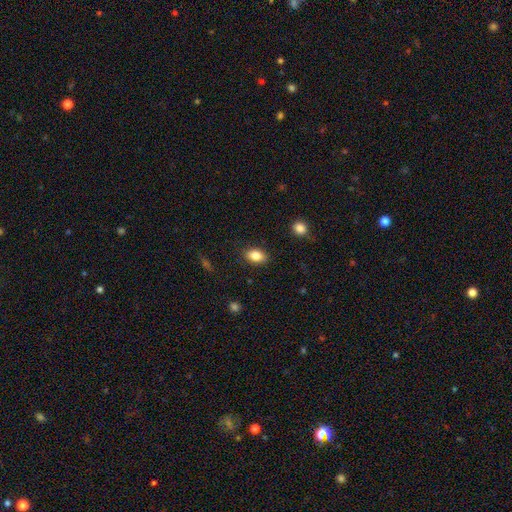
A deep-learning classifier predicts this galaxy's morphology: A smooth galaxy with no disk features (85%) that is in between round and cigar-shaped (86%). Merging: none (87%).